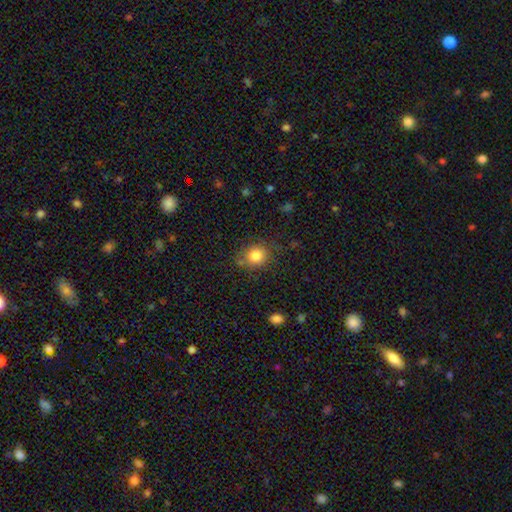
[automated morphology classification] A smooth galaxy with no disk features (83%) that is round (72%). Merging: none (75%).